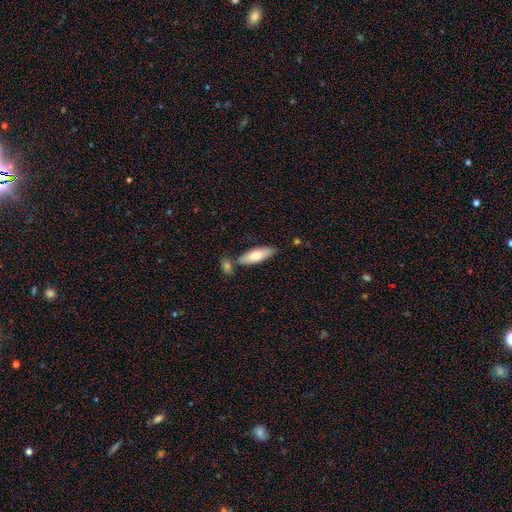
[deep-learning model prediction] This is likely a smooth galaxy (73%). How rounded: possibly in between (56%). Merging: likely none (73%).